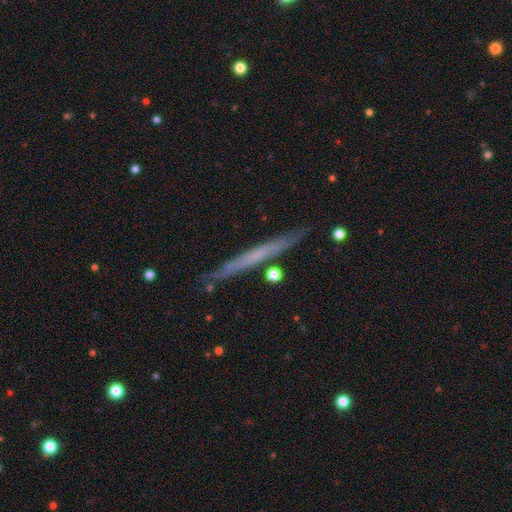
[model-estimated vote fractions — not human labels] A featured or disk galaxy (53%) viewed edge-on (96%) with no central bulge (88%). Merging: none (88%).